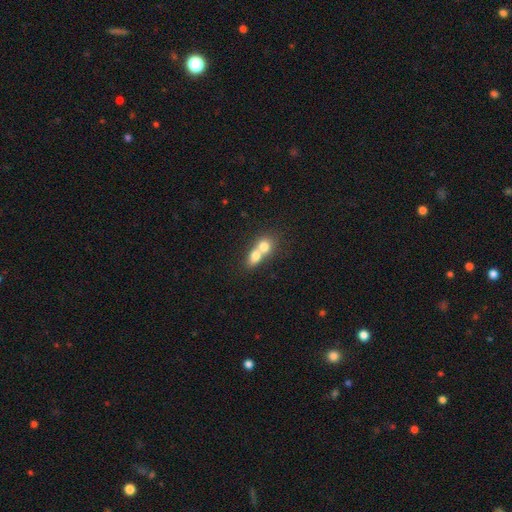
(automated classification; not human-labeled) Morphology: type=smooth (71%); roundness=in between (50%); merging=merger (76%).